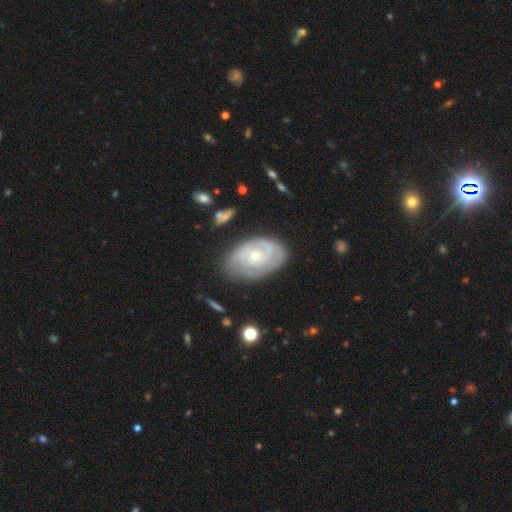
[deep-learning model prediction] A featured or disk galaxy (81%) with no bar (75%), 2 (39%) tight (71%) spiral arms (90%) and a small central bulge (59%).

Vote fractions:
- Smooth or featured? featured or disk: 81% / smooth: 14% / star or artifact: 5%
- Edge-on disk? no: 96% / yes: 4%
- Bar? no: 75% / weak: 21% / strong: 4%
- Spiral arms? yes: 90% / no: 10%
- Spiral winding? tight: 71% / medium: 23% / loose: 6%
- Spiral arm count? 2: 39% / can't tell: 33% / 3: 14% / 1: 6% / 4: 4% / more than 4: 3%
- Bulge size? small: 59% / moderate: 38% / large: 1% / none: 1% / dominant: 1%
- Merging? none: 72% / minor disturbance: 20% / major disturbance: 6% / merger: 2%